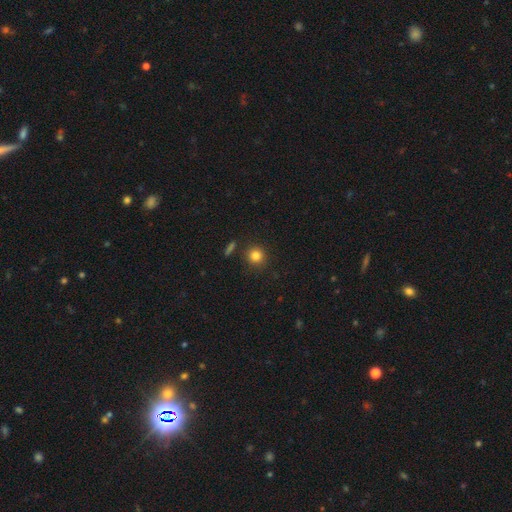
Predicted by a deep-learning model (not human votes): This appears to be a smooth galaxy with no disk features (82%) that is round (91%). Merging: none (87%).